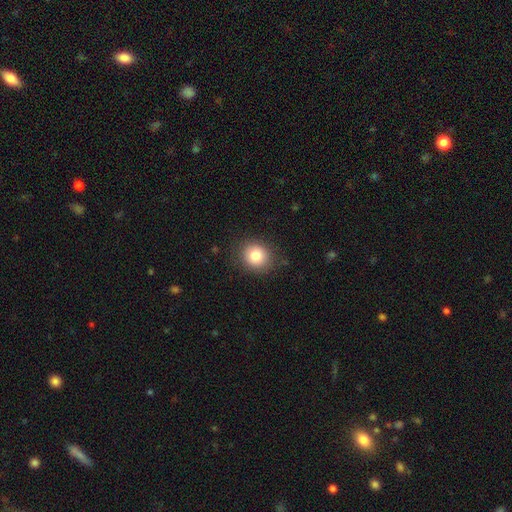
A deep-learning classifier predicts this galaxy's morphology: Q: Smooth or featured?
A: smooth (81%); runner-up: star or artifact (11%)
Q: How rounded?
A: round (82%); runner-up: in between (18%)
Q: Merging?
A: none (87%); runner-up: minor disturbance (9%)